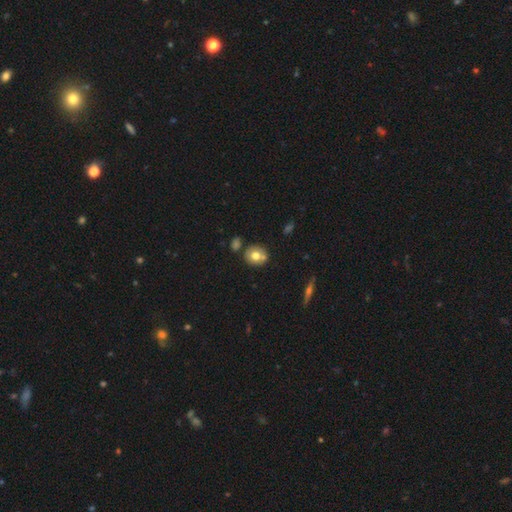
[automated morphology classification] smooth-or-featured: smooth: 67% | featured or disk: 23% | star or artifact: 10%
  how-rounded: round: 79% | in between: 20% | cigar-shaped: 1%
  merging: none: 69% | merger: 16% | minor disturbance: 12% | major disturbance: 3%